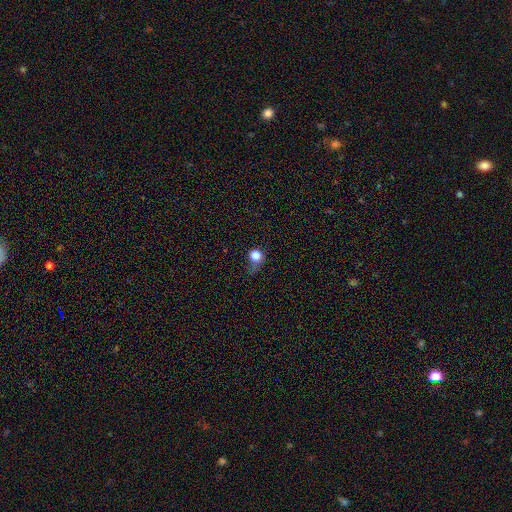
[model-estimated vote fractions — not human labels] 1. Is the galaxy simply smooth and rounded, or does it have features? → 81% smooth, 12% star or artifact, 8% featured or disk.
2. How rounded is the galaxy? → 86% round, 13% in between, 1% cigar-shaped.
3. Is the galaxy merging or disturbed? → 45% none, 31% minor disturbance, 20% major disturbance, 3% merger.